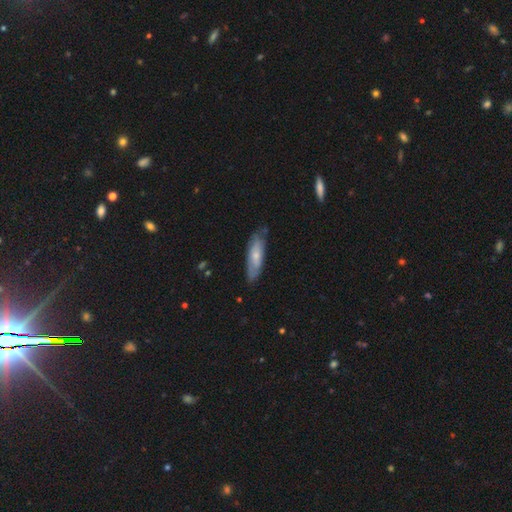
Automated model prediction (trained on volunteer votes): This appears to be a smooth galaxy with no disk features (55%) that is cigar-shaped (53%). Merging: none (73%).